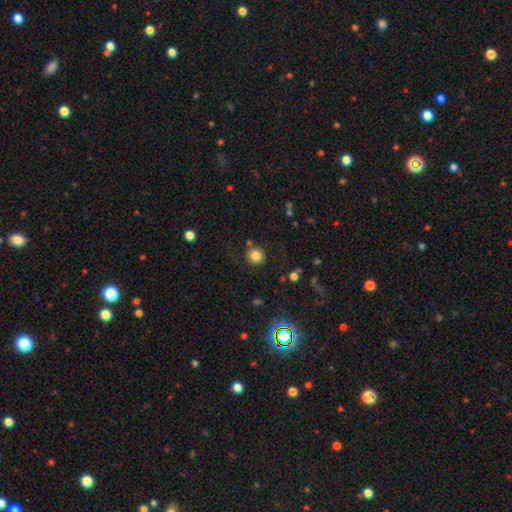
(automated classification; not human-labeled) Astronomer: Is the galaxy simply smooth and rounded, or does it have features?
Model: smooth — 81%.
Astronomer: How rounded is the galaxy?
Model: round — 93%.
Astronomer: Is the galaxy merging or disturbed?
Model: none — 83%.